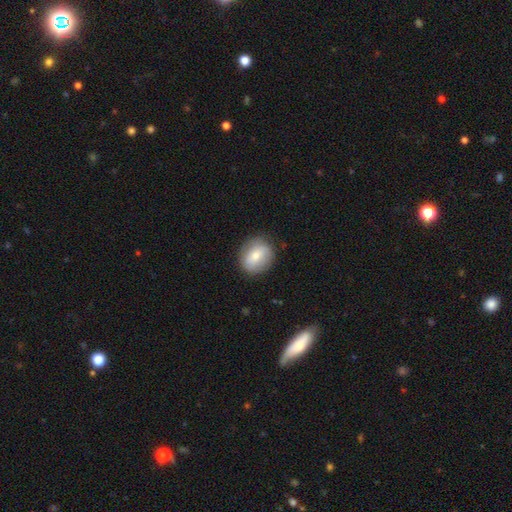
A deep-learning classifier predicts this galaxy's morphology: This is likely a smooth galaxy (68%). How rounded: likely round (62%). Merging: clearly none (83%).